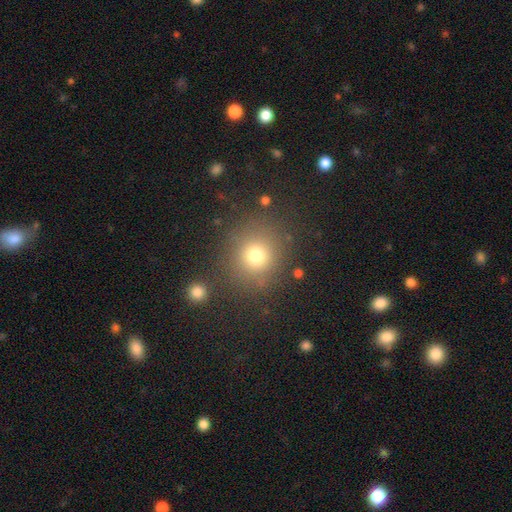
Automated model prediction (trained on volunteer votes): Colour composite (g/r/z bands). It shows a smooth galaxy with no disk features (74%) that is round (86%). Merging: none (82%).